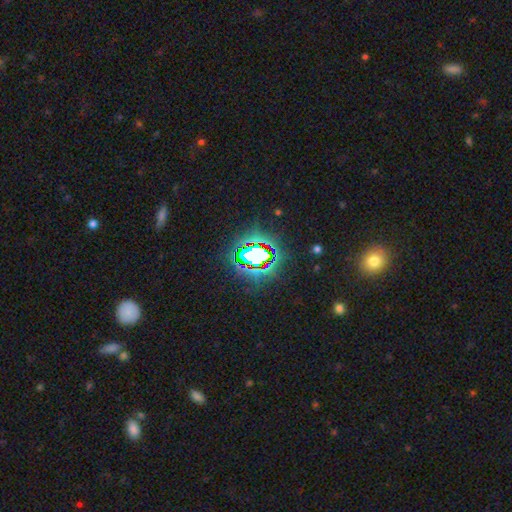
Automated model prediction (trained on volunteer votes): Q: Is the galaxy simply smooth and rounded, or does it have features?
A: star or artifact — 71%.